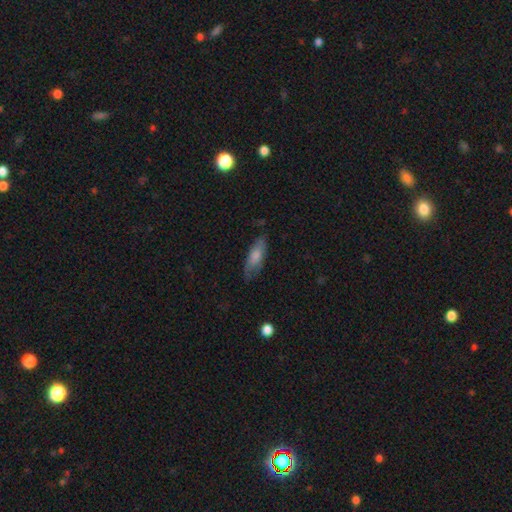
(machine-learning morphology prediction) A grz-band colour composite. It shows a smooth galaxy with no disk features (73%) that is in between round and cigar-shaped (68%). Merging: none (68%).